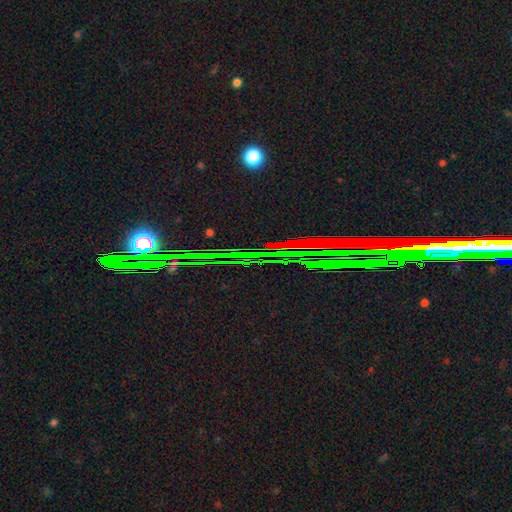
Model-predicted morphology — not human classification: Smooth or featured: star or artifact — 79% (featured or disk — 11%)